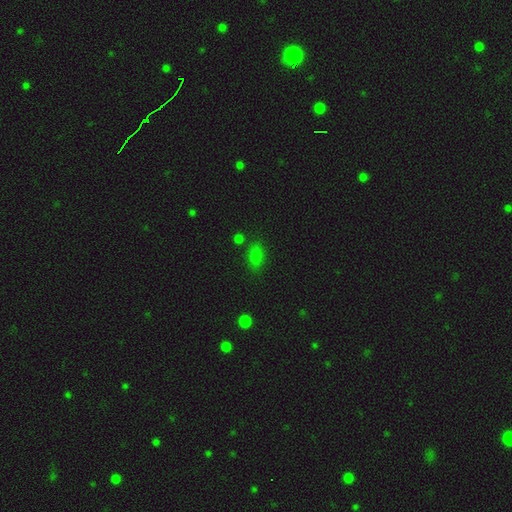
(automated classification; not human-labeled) Overall: smooth (78%). How rounded: in between (86%). Merging: none (76%).